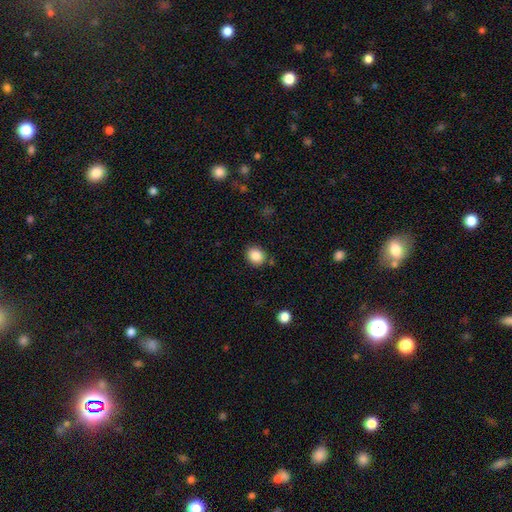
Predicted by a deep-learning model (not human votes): smooth 86%, star or artifact 10%, featured or disk 5%. Down the decision tree: how rounded — round (69%); merging — none (84%).